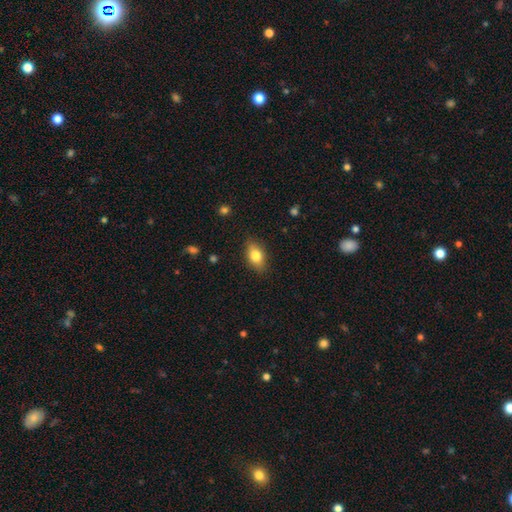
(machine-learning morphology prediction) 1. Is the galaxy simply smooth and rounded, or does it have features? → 80% smooth, 13% featured or disk, 8% star or artifact.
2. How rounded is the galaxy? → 86% in between, 9% round, 5% cigar-shaped.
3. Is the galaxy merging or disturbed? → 85% none, 12% minor disturbance, 3% major disturbance, 1% merger.